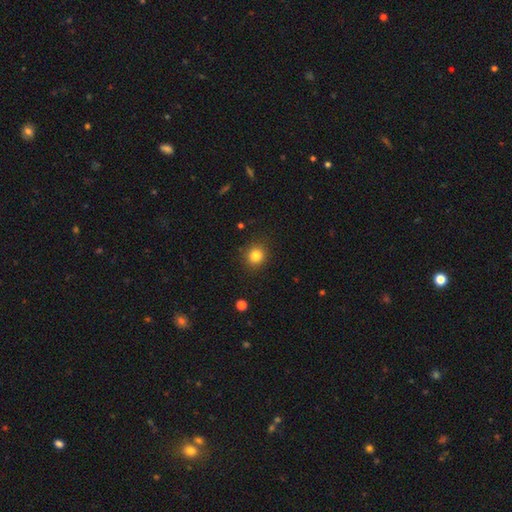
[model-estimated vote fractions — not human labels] smooth-or-featured: smooth: 83% | star or artifact: 12% | featured or disk: 5%
  how-rounded: round: 85% | in between: 14% | cigar-shaped: 1%
  merging: none: 89% | minor disturbance: 8% | major disturbance: 2% | merger: 1%